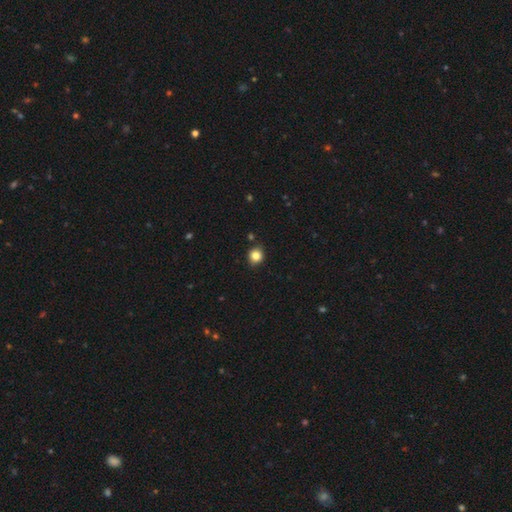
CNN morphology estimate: smooth-or-featured: smooth: 84% | star or artifact: 11% | featured or disk: 5%
  how-rounded: round: 83% | in between: 16% | cigar-shaped: 1%
  merging: none: 88% | minor disturbance: 9% | merger: 2% | major disturbance: 2%